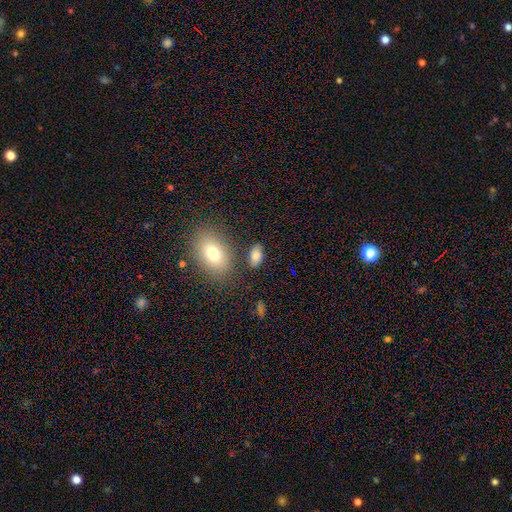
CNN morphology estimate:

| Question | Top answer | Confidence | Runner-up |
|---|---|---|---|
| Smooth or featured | smooth | 81% | star or artifact (10%) |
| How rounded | in between | 90% | round (7%) |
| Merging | none | 75% | minor disturbance (15%) |